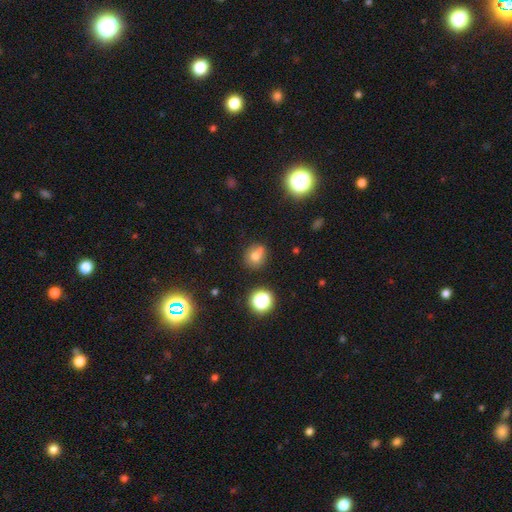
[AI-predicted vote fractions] Smooth or featured? smooth (68%)
How rounded? round (68%)
Merging? none (63%)